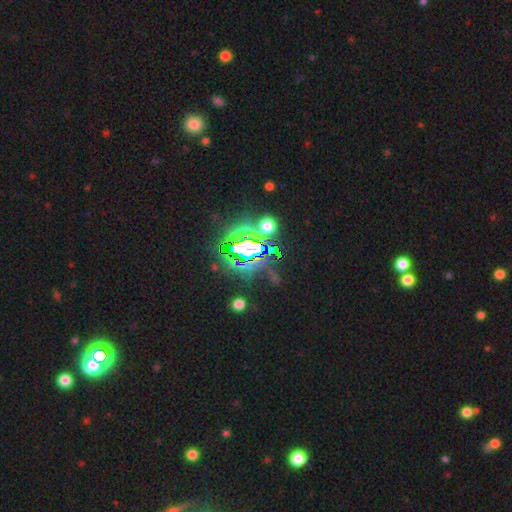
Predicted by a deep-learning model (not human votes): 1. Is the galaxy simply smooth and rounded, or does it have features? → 77% star or artifact, 12% smooth, 11% featured or disk.